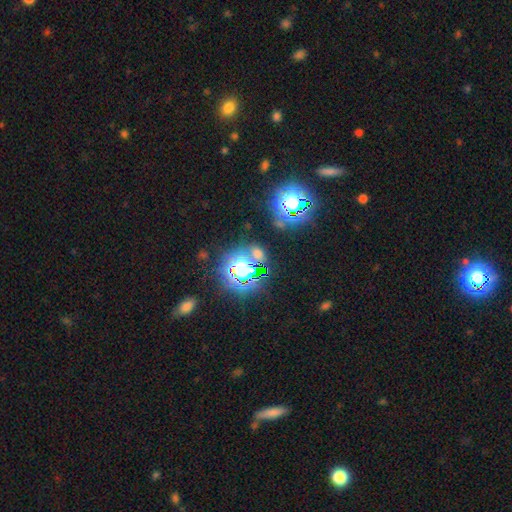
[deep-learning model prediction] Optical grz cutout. It shows a star or artifact, not a galaxy (74%).